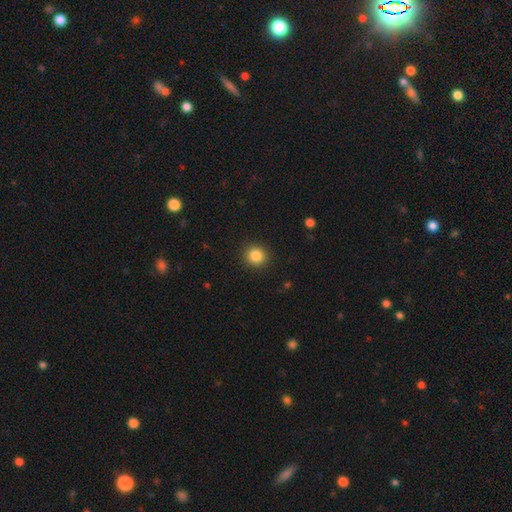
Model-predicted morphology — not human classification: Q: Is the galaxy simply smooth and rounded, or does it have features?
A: smooth — 85%.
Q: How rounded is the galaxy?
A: round — 92%.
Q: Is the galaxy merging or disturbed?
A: none — 92%.